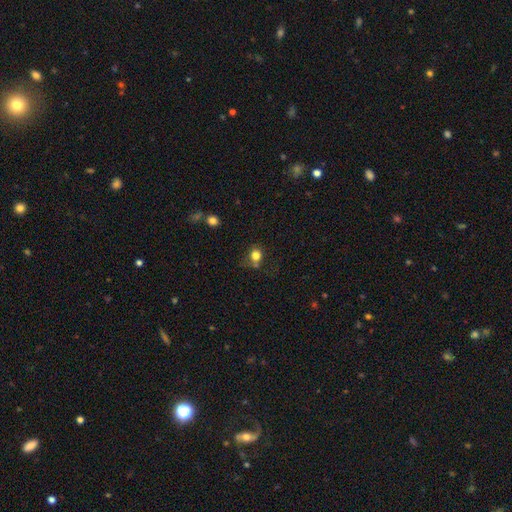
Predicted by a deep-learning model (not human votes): A smooth galaxy with no disk features (79%) that is round (75%).

Vote fractions:
- Smooth or featured? smooth: 79% / star or artifact: 13% / featured or disk: 8%
- How rounded? round: 75% / in between: 24% / cigar-shaped: 1%
- Merging? none: 57% / minor disturbance: 23% / major disturbance: 11% / merger: 10%